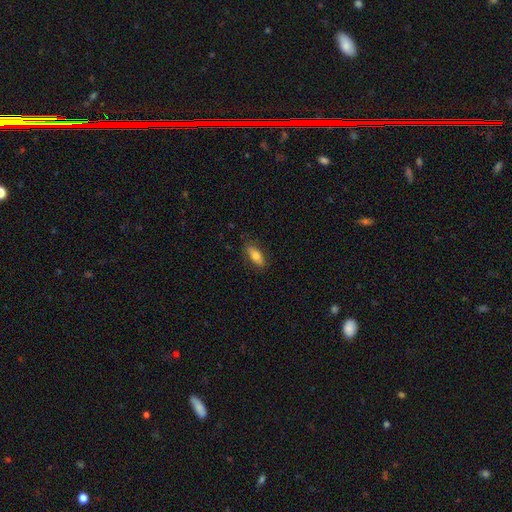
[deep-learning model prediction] A smooth galaxy with no disk features (76%) that is in between round and cigar-shaped (79%). Merging: none (83%).